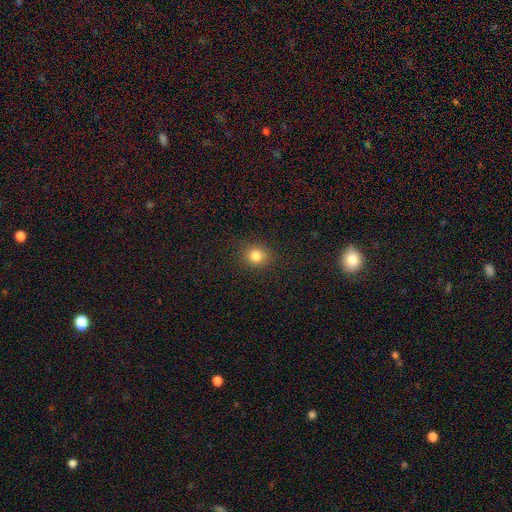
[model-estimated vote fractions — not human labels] A smooth galaxy with no disk features (82%) that is round (78%). Merging: none (87%).